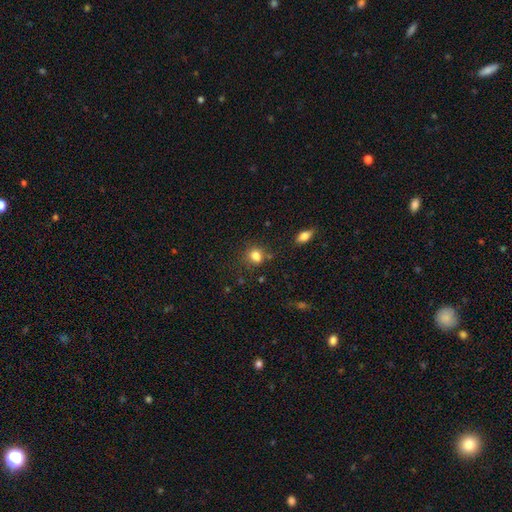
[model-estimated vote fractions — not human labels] The model was most divided on "how rounded": round: 65%, in between: 34%, cigar-shaped: 1%. More confident: smooth or featured — smooth (81%); merging — none (67%).